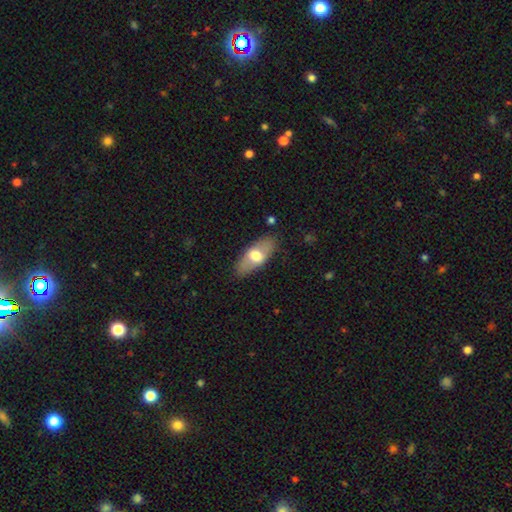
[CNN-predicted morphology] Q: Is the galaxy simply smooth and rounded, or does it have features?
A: smooth — 60%.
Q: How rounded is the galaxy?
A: in between — 81%.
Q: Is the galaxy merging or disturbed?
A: none — 83%.